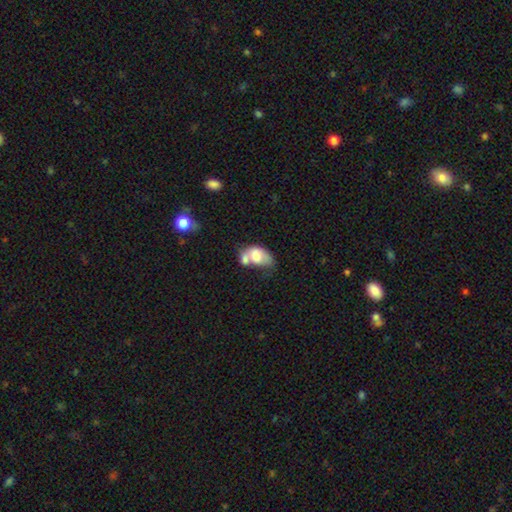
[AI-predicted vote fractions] Smooth or featured? smooth (67%)
How rounded? in between (88%)
Merging? merger (53%)